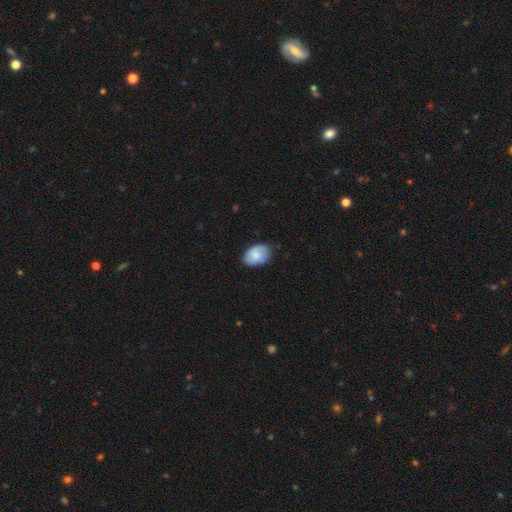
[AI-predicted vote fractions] smooth-or-featured: smooth: 77% | featured or disk: 16% | star or artifact: 7%
  how-rounded: in between: 84% | round: 15% | cigar-shaped: 1%
  merging: none: 78% | minor disturbance: 17% | major disturbance: 3% | merger: 1%